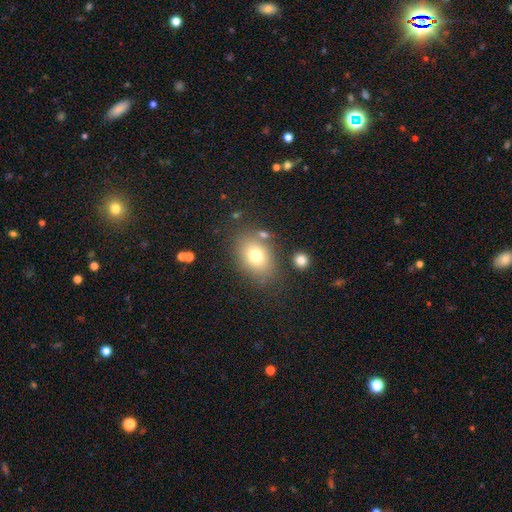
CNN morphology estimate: Q: Smooth or featured?
A: smooth (75%); runner-up: featured or disk (14%)
Q: How rounded?
A: in between (70%); runner-up: round (29%)
Q: Merging?
A: none (75%); runner-up: minor disturbance (13%)